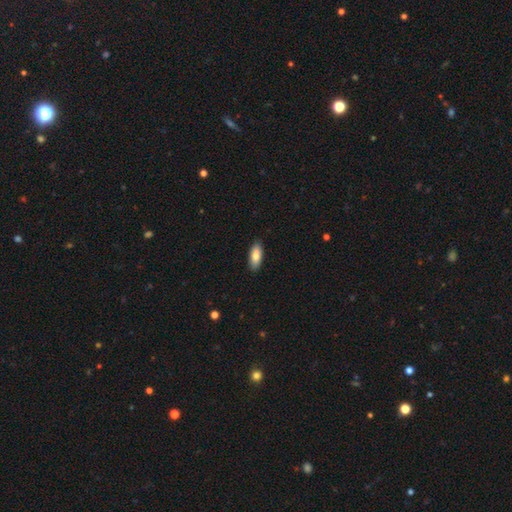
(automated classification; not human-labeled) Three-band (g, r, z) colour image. It shows a smooth galaxy with no disk features (82%) that is in between round and cigar-shaped (80%). Merging: none (89%).